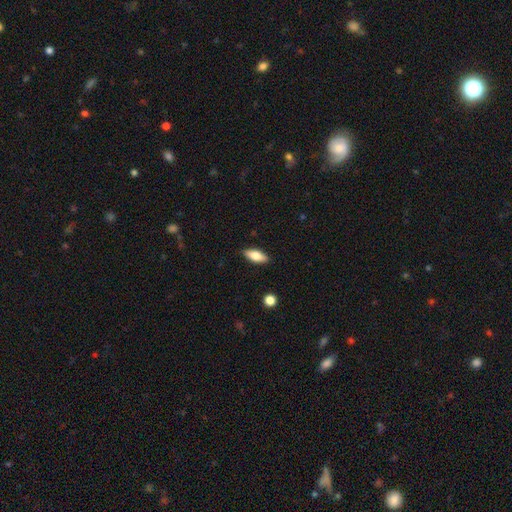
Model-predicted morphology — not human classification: Smooth or featured? smooth (77%)
How rounded? in between (78%)
Merging? none (88%)